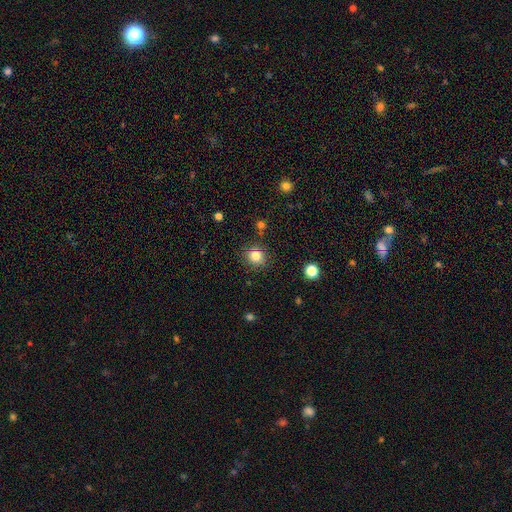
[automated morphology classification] Smooth or featured?
  - smooth: 82% *
  - star or artifact: 12%
  - featured or disk: 6%
How rounded?
  - round: 87% *
  - in between: 12%
  - cigar-shaped: 1%
Merging?
  - none: 85% *
  - minor disturbance: 9%
  - merger: 3%
  - major disturbance: 3%